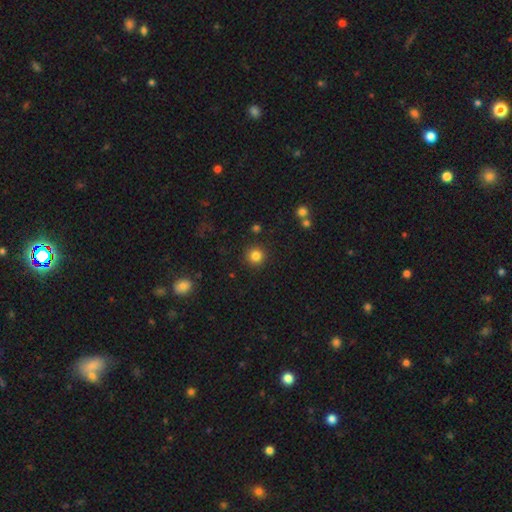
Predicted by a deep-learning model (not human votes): smooth 84%, star or artifact 12%, featured or disk 4%. Down the decision tree: how rounded — round (94%); merging — none (90%).